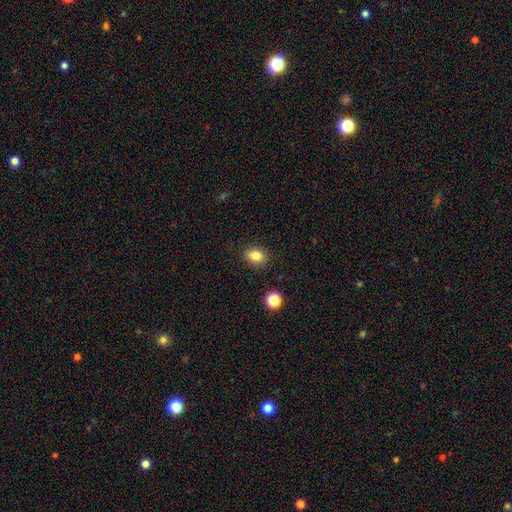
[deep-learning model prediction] Overall: smooth (83%). How rounded: in between (61%; round 38%). Merging: none (87%).